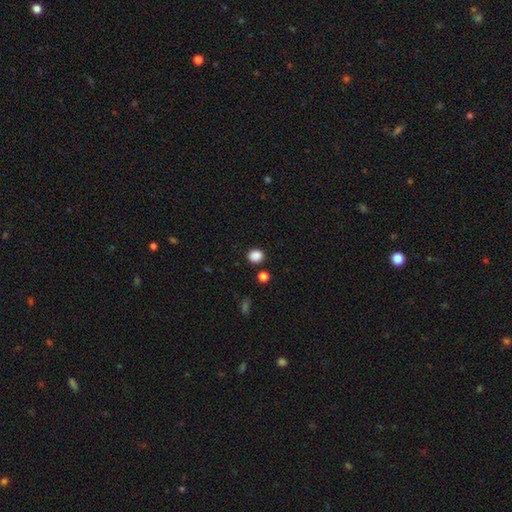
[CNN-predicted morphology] A smooth galaxy with no disk features (87%) that is round (73%).

Vote fractions:
- Smooth or featured? smooth: 87% / star or artifact: 11% / featured or disk: 3%
- How rounded? round: 73% / in between: 26% / cigar-shaped: 1%
- Merging? none: 86% / minor disturbance: 8% / merger: 4% / major disturbance: 3%